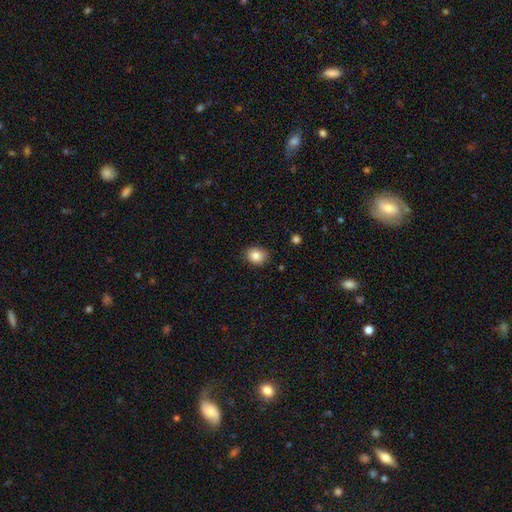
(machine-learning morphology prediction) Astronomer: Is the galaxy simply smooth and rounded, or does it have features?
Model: smooth — 85%.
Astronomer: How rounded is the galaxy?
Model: round — 51% (runner-up: in between, 48%).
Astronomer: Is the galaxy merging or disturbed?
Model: none — 84%.